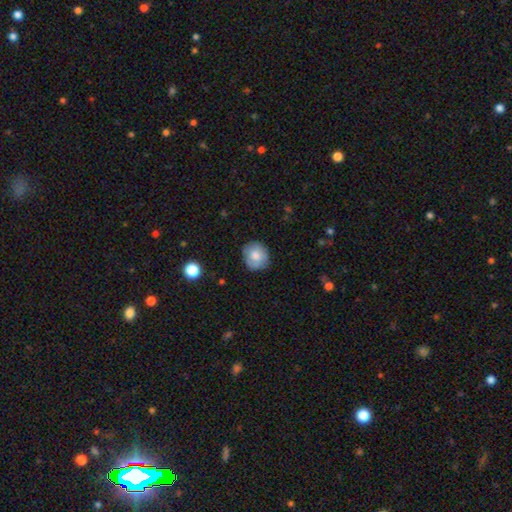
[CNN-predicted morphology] A smooth galaxy with no disk features (76%) that is round (82%).

Vote fractions:
- Smooth or featured? smooth: 76% / featured or disk: 16% / star or artifact: 8%
- How rounded? round: 82% / in between: 17% / cigar-shaped: 1%
- Merging? none: 77% / minor disturbance: 17% / major disturbance: 4% / merger: 1%